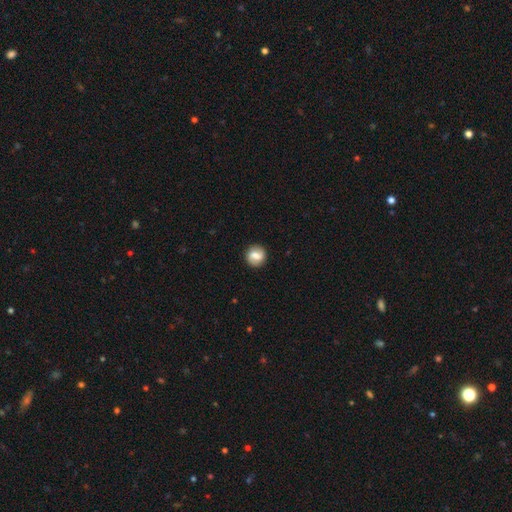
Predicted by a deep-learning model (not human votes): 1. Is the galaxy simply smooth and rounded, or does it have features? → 57% smooth, 35% featured or disk, 8% star or artifact.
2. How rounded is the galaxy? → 82% round, 17% in between, 1% cigar-shaped.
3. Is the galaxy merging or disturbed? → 87% none, 9% minor disturbance, 3% major disturbance, 1% merger.